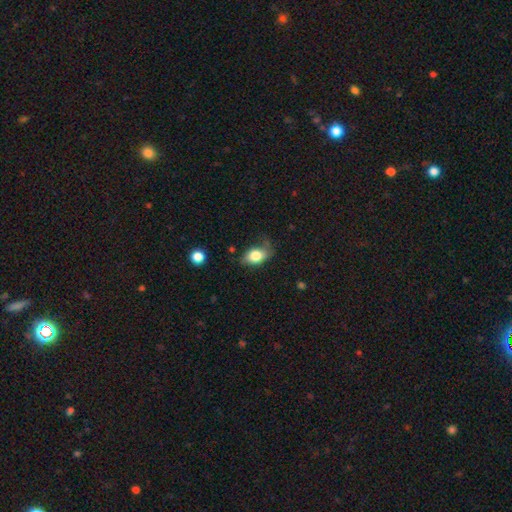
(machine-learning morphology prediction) Smooth or featured? smooth (78%)
How rounded? in between (80%)
Merging? none (53%)